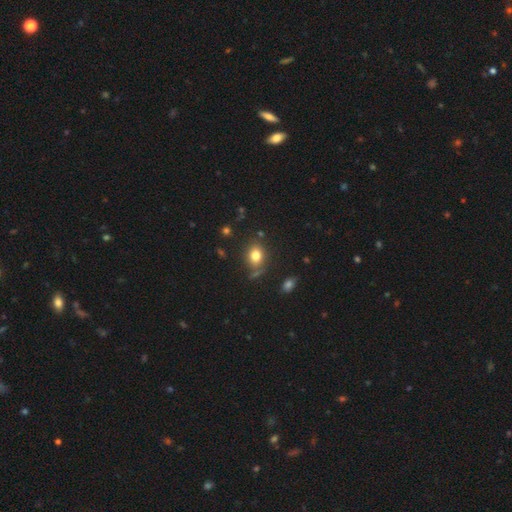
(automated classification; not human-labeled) smooth 80%, star or artifact 12%, featured or disk 8%. Down the decision tree: how rounded — in between (55%); merging — none (76%).